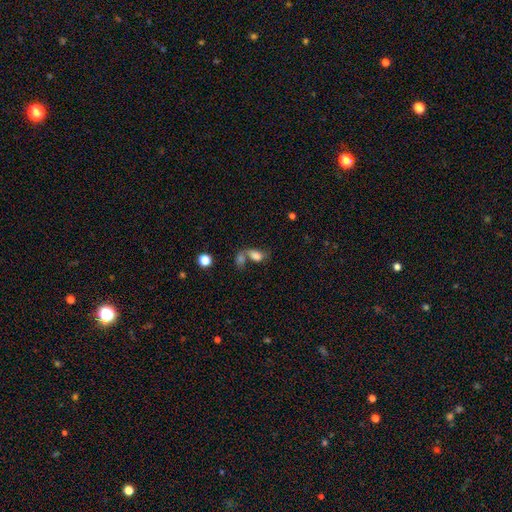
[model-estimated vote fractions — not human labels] smooth-or-featured: smooth: 77% | featured or disk: 11% | star or artifact: 11%
  how-rounded: in between: 86% | round: 11% | cigar-shaped: 3%
  merging: merger: 49% | none: 31% | minor disturbance: 11% | major disturbance: 9%